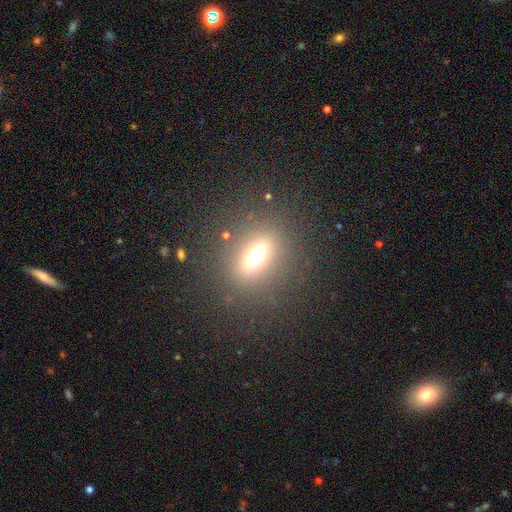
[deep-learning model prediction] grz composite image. It shows a smooth galaxy with no disk features (59%) that is in between round and cigar-shaped (60%). Merging: none (82%).